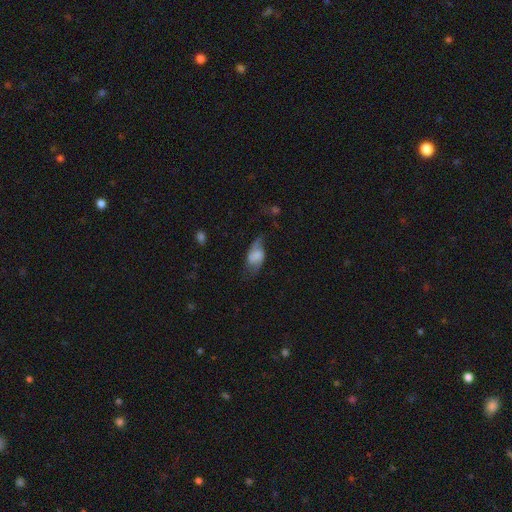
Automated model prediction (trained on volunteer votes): This is possibly a smooth galaxy (50%). Merging: possibly none (48%).